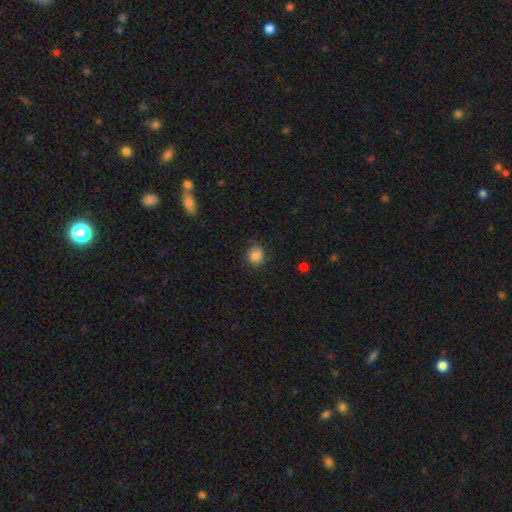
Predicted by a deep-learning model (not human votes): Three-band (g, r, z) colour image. It shows a smooth galaxy with no disk features (82%) that is round (78%). Merging: none (77%).